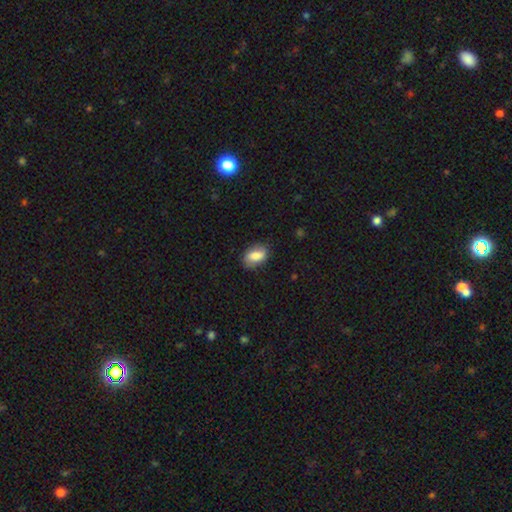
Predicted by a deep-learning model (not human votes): Morphology: type=smooth (79%); roundness=in between (88%); merging=none (78%).